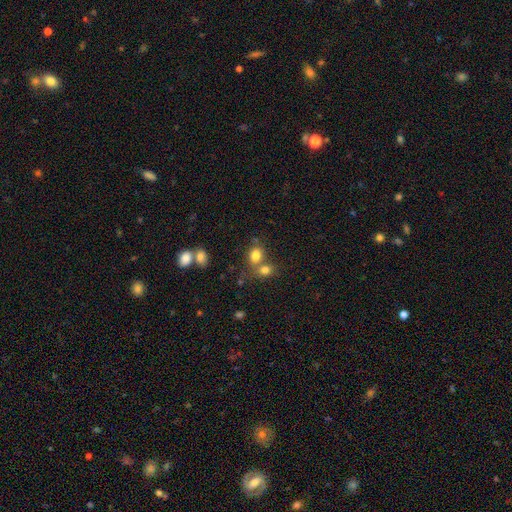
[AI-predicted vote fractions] smooth-or-featured: smooth: 79% | star or artifact: 12% | featured or disk: 9%
  how-rounded: in between: 53% | round: 46% | cigar-shaped: 1%
  merging: none: 46% | merger: 39% | minor disturbance: 10% | major disturbance: 4%